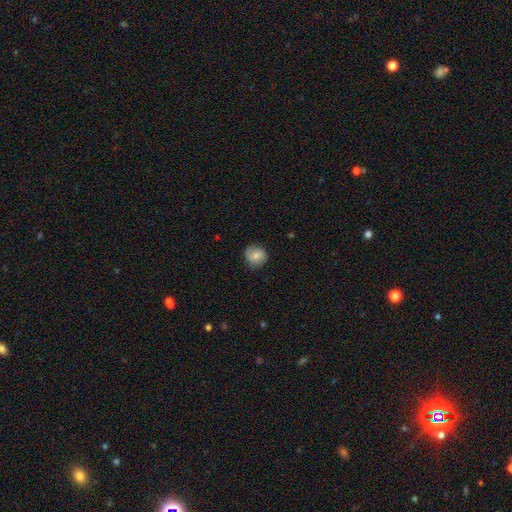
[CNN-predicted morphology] Q: Smooth or featured?
A: smooth (72%); runner-up: featured or disk (20%)
Q: How rounded?
A: round (84%); runner-up: in between (15%)
Q: Merging?
A: none (77%); runner-up: minor disturbance (18%)